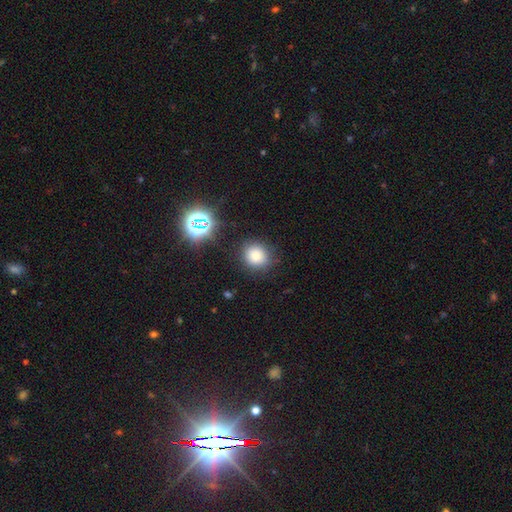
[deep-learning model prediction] Q: Smooth or featured?
A: smooth (78%); runner-up: star or artifact (16%)
Q: How rounded?
A: round (82%); runner-up: in between (17%)
Q: Merging?
A: none (84%); runner-up: minor disturbance (10%)